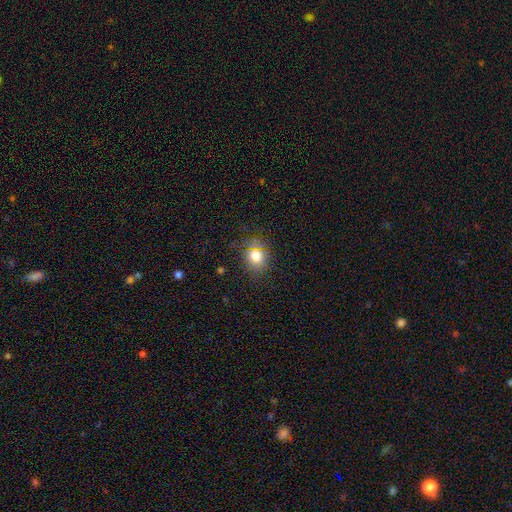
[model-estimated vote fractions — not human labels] Q: Smooth or featured?
A: smooth (76%); runner-up: star or artifact (15%)
Q: How rounded?
A: round (62%); runner-up: in between (37%)
Q: Merging?
A: none (82%); runner-up: minor disturbance (13%)